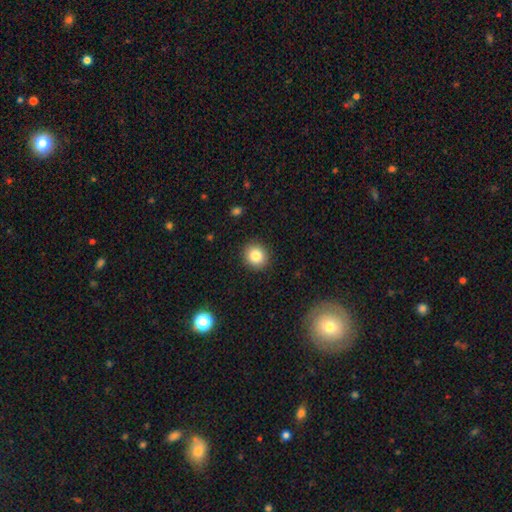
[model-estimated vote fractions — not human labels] Overall: smooth (84%). How rounded: round (85%). Merging: none (91%).